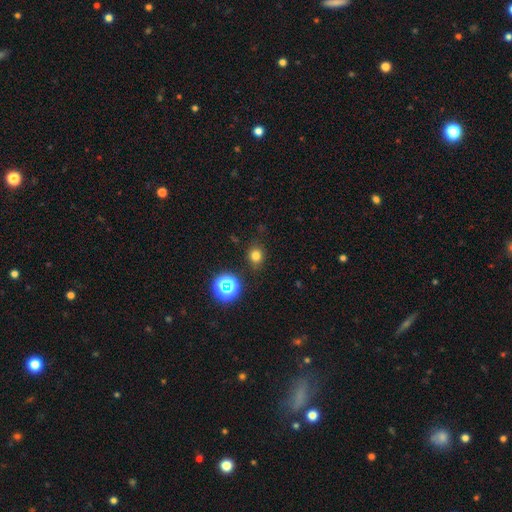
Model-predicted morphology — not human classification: This appears to be a smooth galaxy with no disk features (73%) that is round (81%). Merging: none (85%).